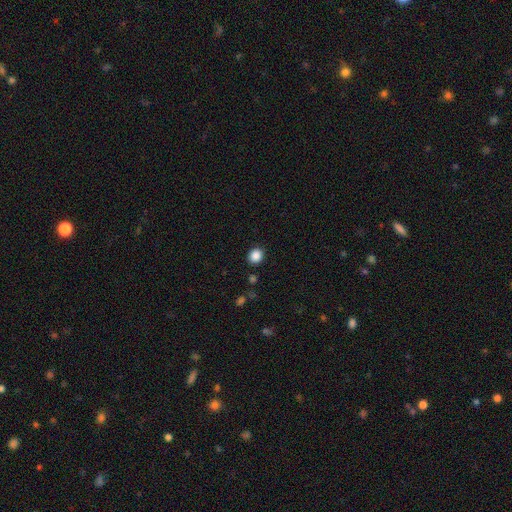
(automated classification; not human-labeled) This is clearly a smooth galaxy (87%). How rounded: clearly round (80%). Merging: clearly none (89%).